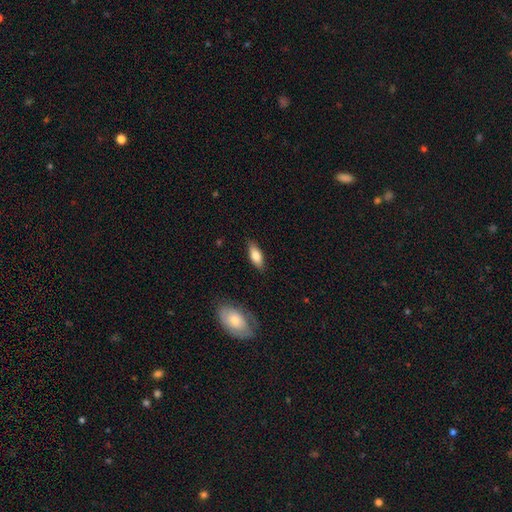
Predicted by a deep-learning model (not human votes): The model was most divided on "how rounded": in between: 76%, cigar-shaped: 22%, round: 2%. More confident: merging — none (85%); smooth or featured — smooth (76%).